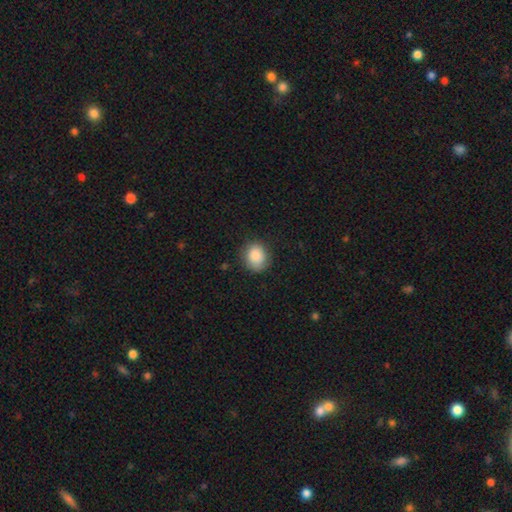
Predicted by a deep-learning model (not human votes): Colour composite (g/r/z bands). It shows a smooth galaxy with no disk features (86%) that is round (72%). Merging: none (80%).